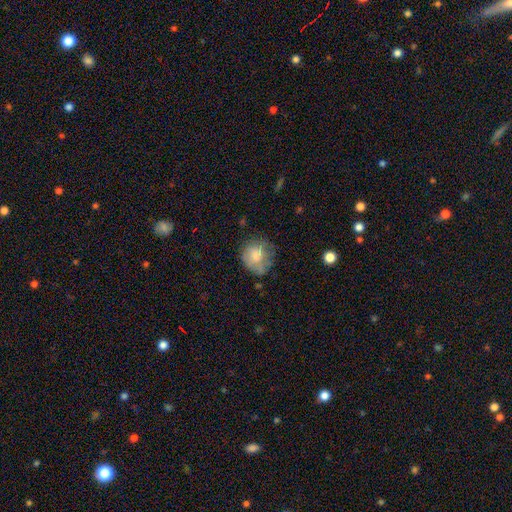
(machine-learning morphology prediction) smooth_or_featured: smooth (p=0.70) [alt: featured or disk p=0.21]
how_rounded: round (p=0.77) [alt: in between p=0.22]
merging: none (p=0.53) [alt: minor disturbance p=0.28]